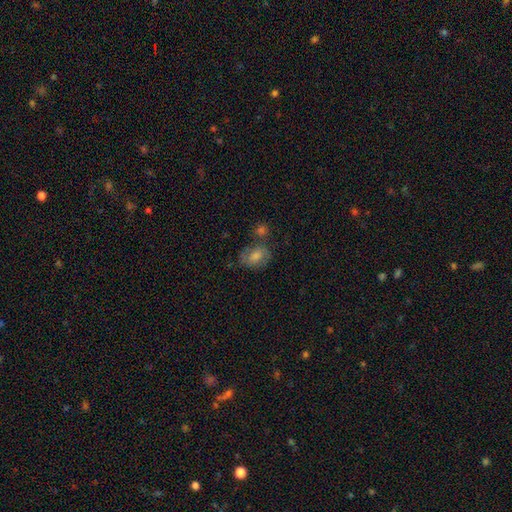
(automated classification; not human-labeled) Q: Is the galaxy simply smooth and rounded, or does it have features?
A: featured or disk — 43%.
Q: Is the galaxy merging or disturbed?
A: none — 66%.